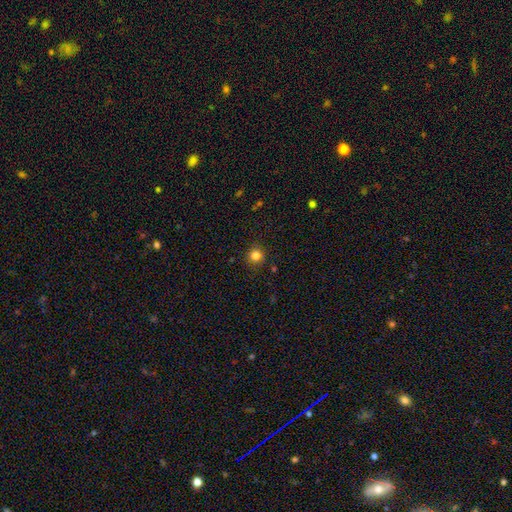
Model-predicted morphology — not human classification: This is clearly a smooth galaxy (82%). How rounded: clearly round (94%). Merging: clearly none (90%).